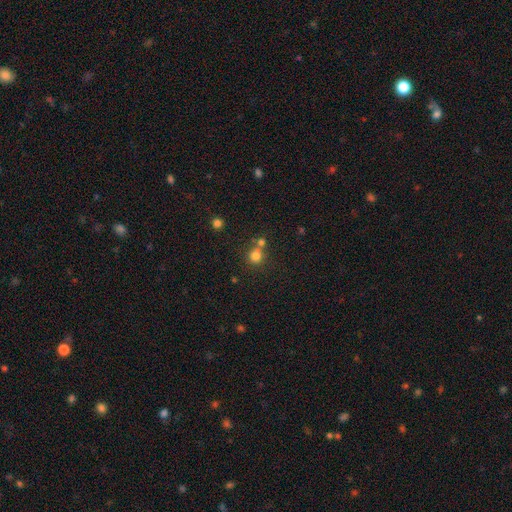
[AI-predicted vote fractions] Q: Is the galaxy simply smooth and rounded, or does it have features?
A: smooth — 78%.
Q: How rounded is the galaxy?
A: round — 88%.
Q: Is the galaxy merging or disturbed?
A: none — 61%.